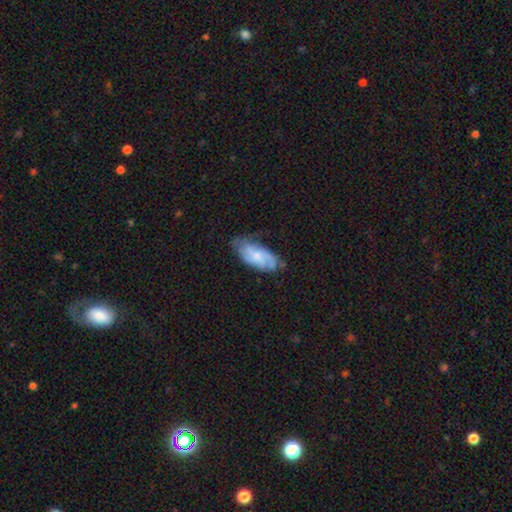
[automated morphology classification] The model was most divided on "smooth or featured": featured or disk: 48%, smooth: 45%, star or artifact: 7%. More confident: merging — none (57%).